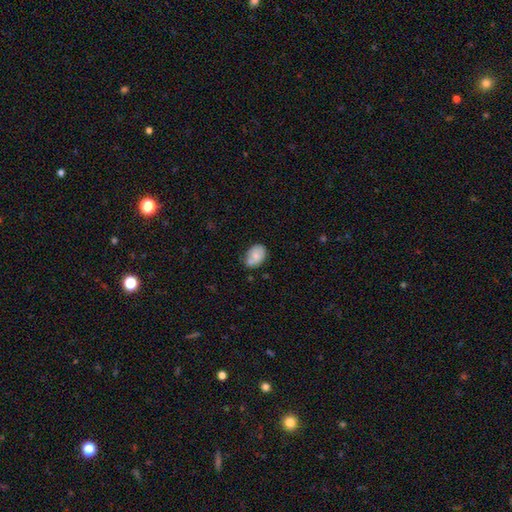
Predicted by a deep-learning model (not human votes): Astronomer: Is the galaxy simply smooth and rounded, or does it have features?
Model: smooth — 71%.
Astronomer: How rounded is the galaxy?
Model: in between — 75%.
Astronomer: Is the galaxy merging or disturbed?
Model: none — 56%.